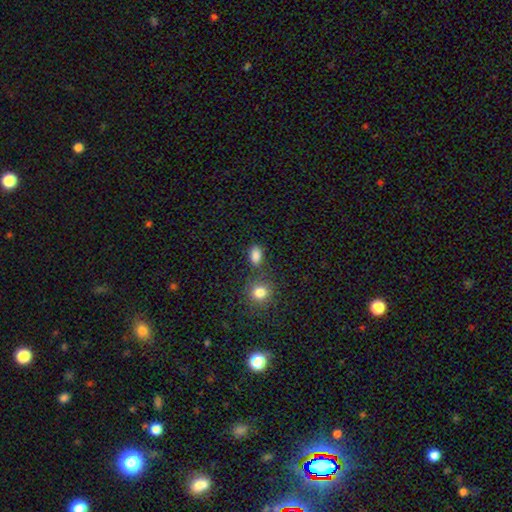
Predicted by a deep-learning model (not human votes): smooth_or_featured: smooth (p=0.85) [alt: star or artifact p=0.11]
how_rounded: in between (p=0.81) [alt: round p=0.16]
merging: none (p=0.70) [alt: minor disturbance p=0.13]